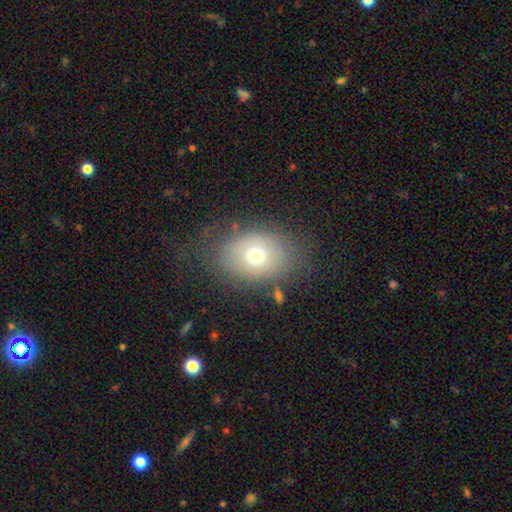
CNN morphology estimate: Q: Smooth or featured?
A: smooth (67%); runner-up: featured or disk (21%)
Q: How rounded?
A: in between (70%); runner-up: round (29%)
Q: Merging?
A: none (70%); runner-up: minor disturbance (18%)